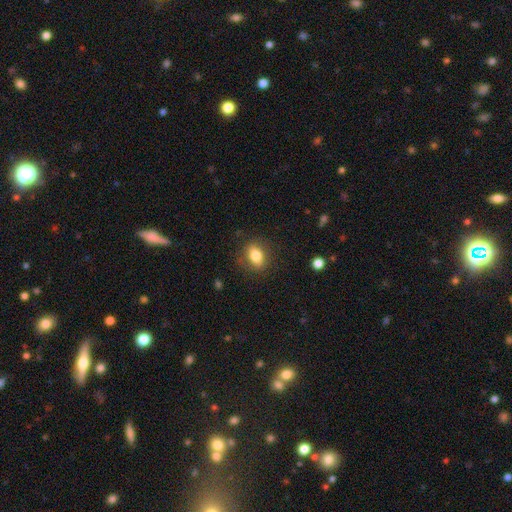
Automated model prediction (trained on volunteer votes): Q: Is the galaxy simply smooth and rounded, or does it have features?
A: smooth — 80%.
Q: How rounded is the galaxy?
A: in between — 73%.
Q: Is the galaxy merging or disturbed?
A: none — 82%.